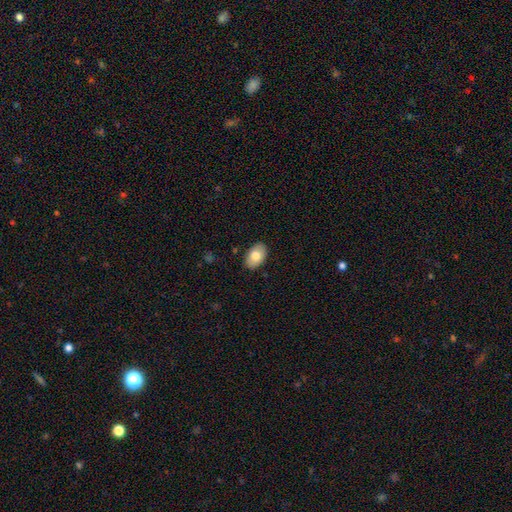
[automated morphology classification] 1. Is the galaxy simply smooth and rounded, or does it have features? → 77% smooth, 17% featured or disk, 7% star or artifact.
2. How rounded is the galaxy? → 90% in between, 9% round, 1% cigar-shaped.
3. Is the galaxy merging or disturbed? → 88% none, 9% minor disturbance, 2% major disturbance, 1% merger.